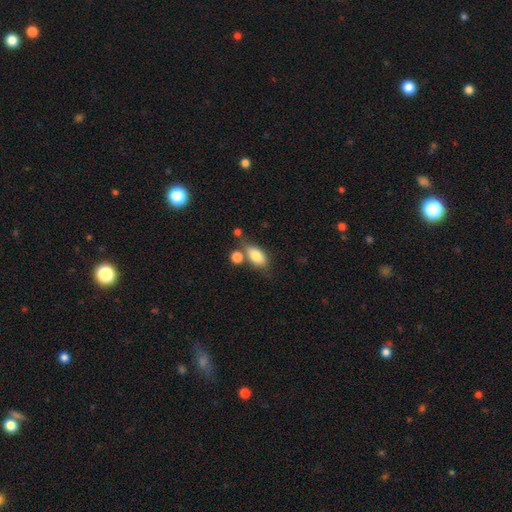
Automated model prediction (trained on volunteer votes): Overall: smooth (81%). How rounded: in between (87%). Merging: none (55%; merger 22%).